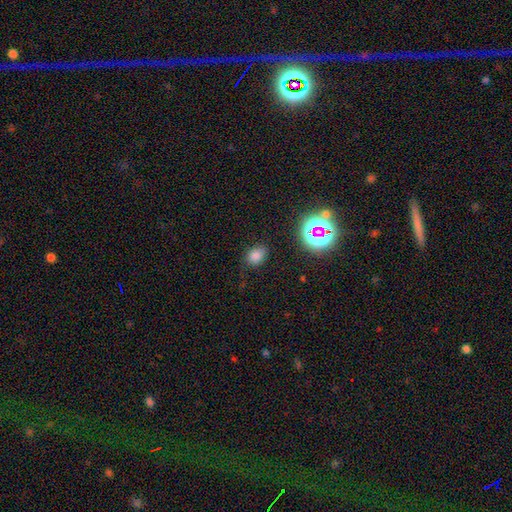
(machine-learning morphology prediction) This is likely a smooth galaxy (74%). How rounded: likely in between (65%). Merging: likely none (74%).